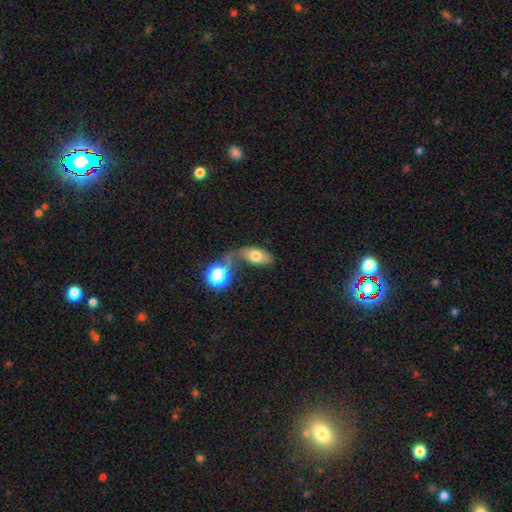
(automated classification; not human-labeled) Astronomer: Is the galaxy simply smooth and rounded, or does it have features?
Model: smooth — 67%.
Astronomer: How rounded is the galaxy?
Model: in between — 84%.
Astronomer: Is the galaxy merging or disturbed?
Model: none — 34% (runner-up: merger, 26%).